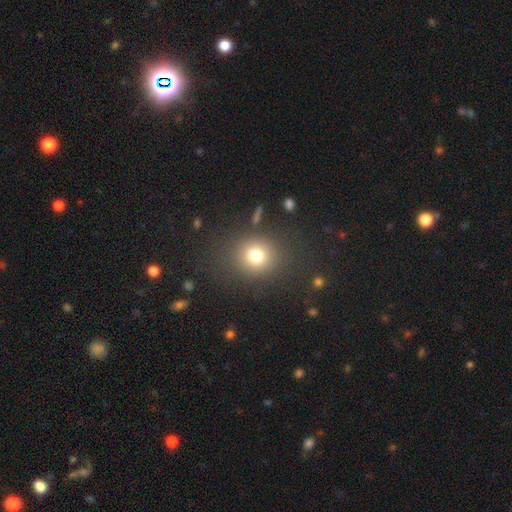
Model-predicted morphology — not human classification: Smooth or featured? smooth (77%)
How rounded? round (80%)
Merging? none (83%)